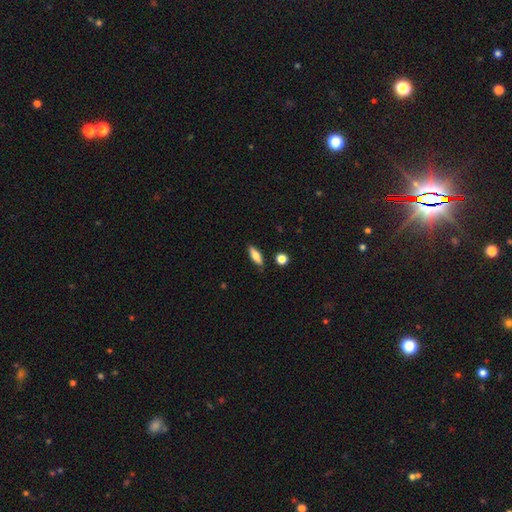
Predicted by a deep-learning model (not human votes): Smooth or featured? smooth (71%)
How rounded? in between (55%)
Merging? none (84%)